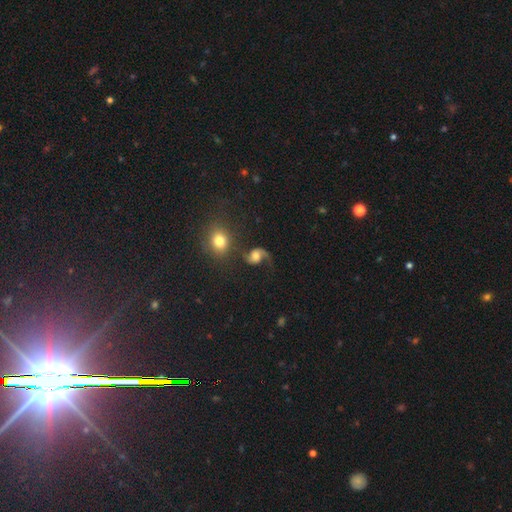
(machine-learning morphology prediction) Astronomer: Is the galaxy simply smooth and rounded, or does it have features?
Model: featured or disk — 66%.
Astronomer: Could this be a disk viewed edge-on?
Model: no — 97%.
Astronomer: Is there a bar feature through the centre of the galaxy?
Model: no — 64%.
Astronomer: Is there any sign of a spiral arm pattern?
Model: yes — 92%.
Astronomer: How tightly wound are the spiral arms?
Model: loose — 63%.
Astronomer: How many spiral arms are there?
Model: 2 — 58% (runner-up: 1, 38%).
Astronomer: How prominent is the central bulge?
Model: moderate — 44% (runner-up: large, 29%).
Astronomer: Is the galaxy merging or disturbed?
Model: none — 44% (runner-up: major disturbance, 29%).